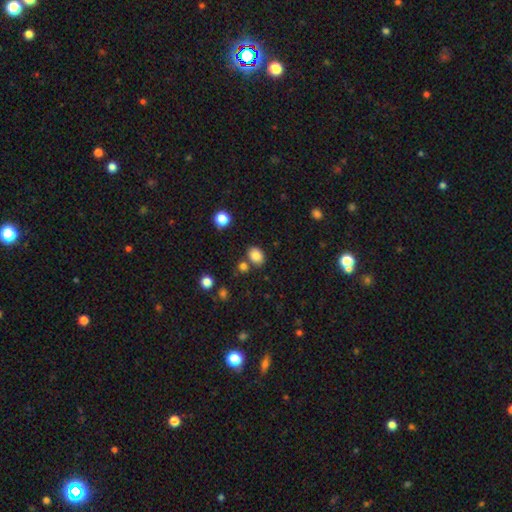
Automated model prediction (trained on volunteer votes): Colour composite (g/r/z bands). It shows a smooth galaxy with no disk features (84%) that is in between round and cigar-shaped (57%). Merging: none (75%).